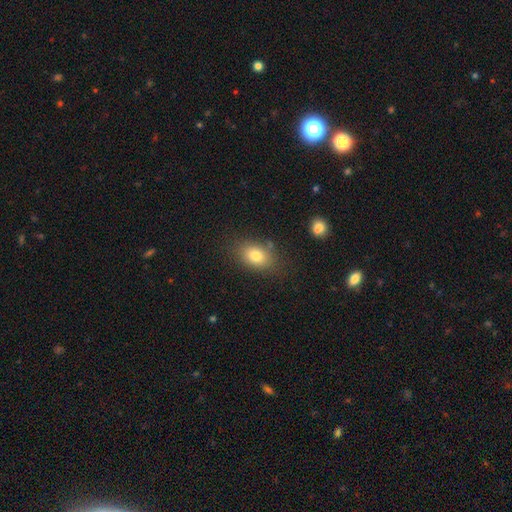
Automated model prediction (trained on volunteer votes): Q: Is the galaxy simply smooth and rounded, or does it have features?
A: smooth — 81%.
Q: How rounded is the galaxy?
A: in between — 77%.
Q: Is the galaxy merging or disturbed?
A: none — 79%.